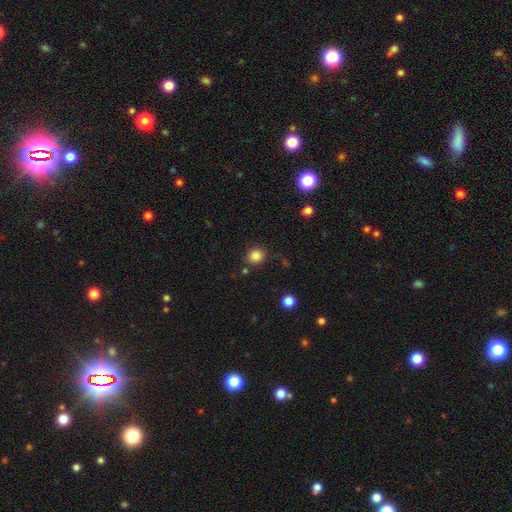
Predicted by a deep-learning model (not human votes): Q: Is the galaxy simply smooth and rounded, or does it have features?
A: smooth — 85%.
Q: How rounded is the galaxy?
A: round — 83%.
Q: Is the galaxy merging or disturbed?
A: none — 85%.